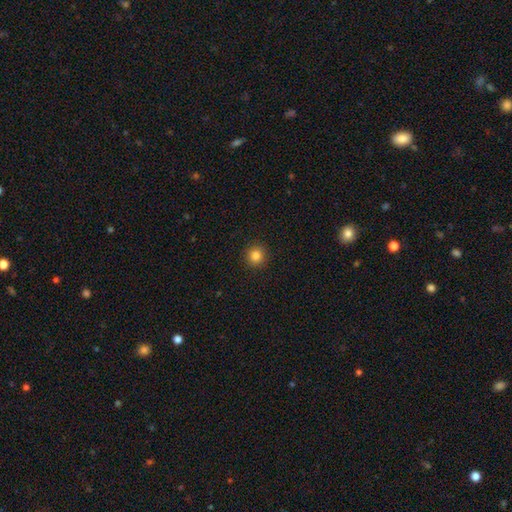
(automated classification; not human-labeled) The model was most divided on "smooth or featured": smooth: 85%, star or artifact: 11%, featured or disk: 4%. More confident: how rounded — round (94%); merging — none (92%).